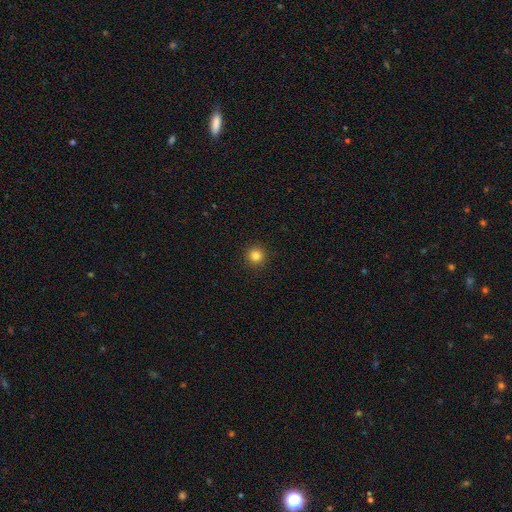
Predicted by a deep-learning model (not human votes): Q: Smooth or featured?
A: smooth (83%); runner-up: star or artifact (13%)
Q: How rounded?
A: round (96%); runner-up: in between (4%)
Q: Merging?
A: none (93%); runner-up: minor disturbance (4%)